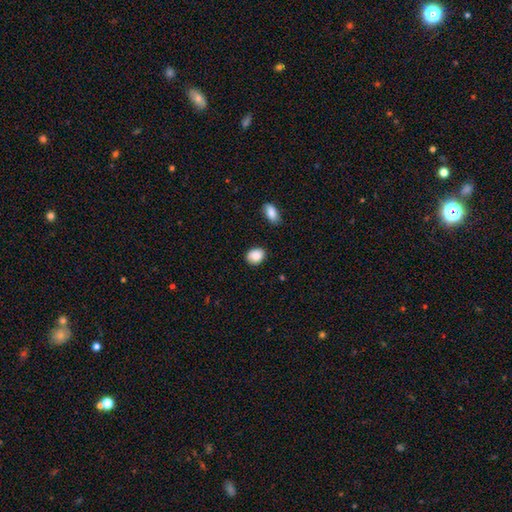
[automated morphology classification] Smooth or featured? Predicted: smooth (p=0.89). How rounded? Predicted: in between (p=0.55). Merging? Predicted: none (p=0.83).